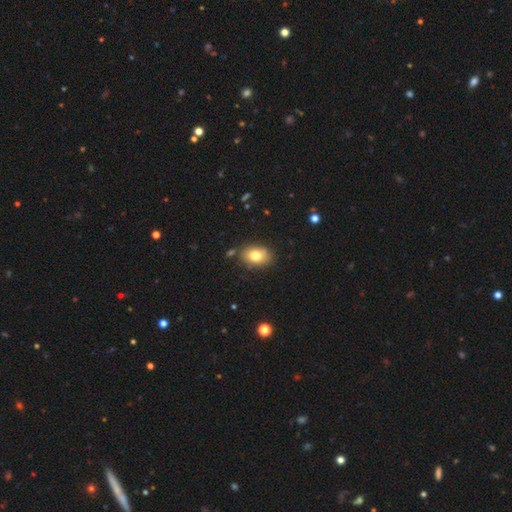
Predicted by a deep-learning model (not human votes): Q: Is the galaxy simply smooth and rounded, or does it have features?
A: smooth — 78%.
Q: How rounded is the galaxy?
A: in between — 76%.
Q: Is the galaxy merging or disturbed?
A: none — 80%.